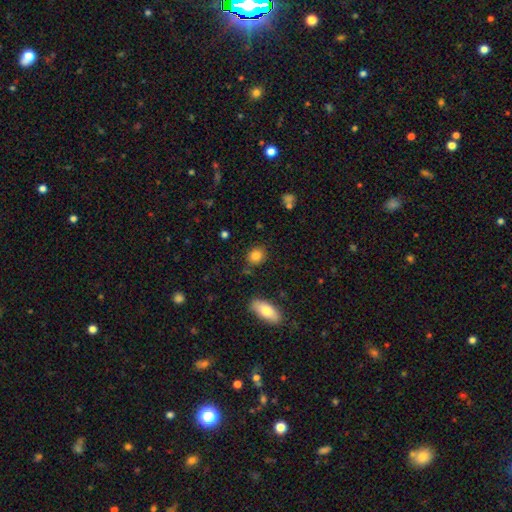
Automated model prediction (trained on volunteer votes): smooth_or_featured: smooth (p=0.84) [alt: star or artifact p=0.10]
how_rounded: round (p=0.68) [alt: in between p=0.30]
merging: none (p=0.84) [alt: minor disturbance p=0.10]